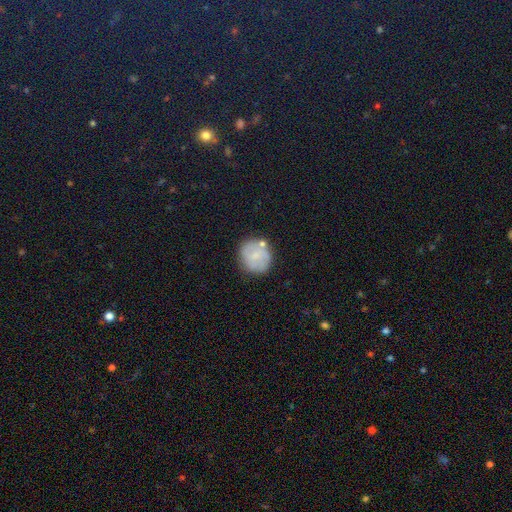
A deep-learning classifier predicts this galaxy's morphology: Smooth or featured?
  - smooth: 57% *
  - featured or disk: 35%
  - star or artifact: 8%
How rounded?
  - round: 87% *
  - in between: 12%
  - cigar-shaped: 1%
Merging?
  - none: 67% *
  - minor disturbance: 18%
  - merger: 9%
  - major disturbance: 6%